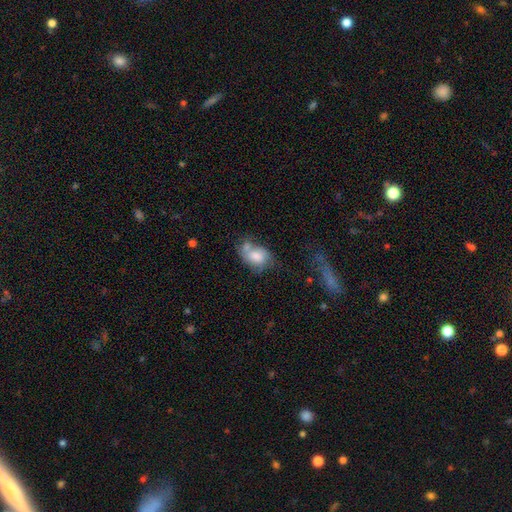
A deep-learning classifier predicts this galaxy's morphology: Smooth or featured? smooth (60%)
How rounded? in between (81%)
Merging? merger (31%)